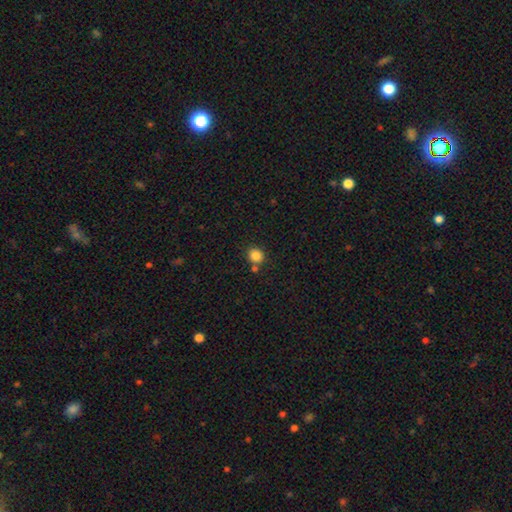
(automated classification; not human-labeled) Smooth or featured? Predicted: smooth (p=0.84). How rounded? Predicted: round (p=0.84). Merging? Predicted: none (p=0.76).